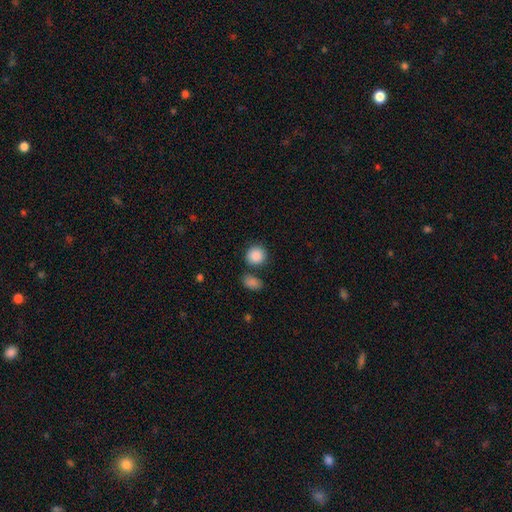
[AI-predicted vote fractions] The model was most divided on "merging": none: 74%, merger: 12%, minor disturbance: 10%, major disturbance: 3%. More confident: smooth or featured — smooth (89%); how rounded — round (85%).